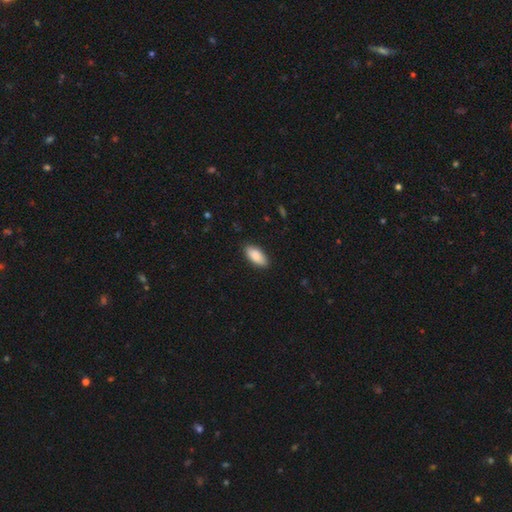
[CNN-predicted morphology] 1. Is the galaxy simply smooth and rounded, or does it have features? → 89% smooth, 6% star or artifact, 5% featured or disk.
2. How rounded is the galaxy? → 90% in between, 8% cigar-shaped, 2% round.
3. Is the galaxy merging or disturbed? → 87% none, 10% minor disturbance, 2% major disturbance, 1% merger.